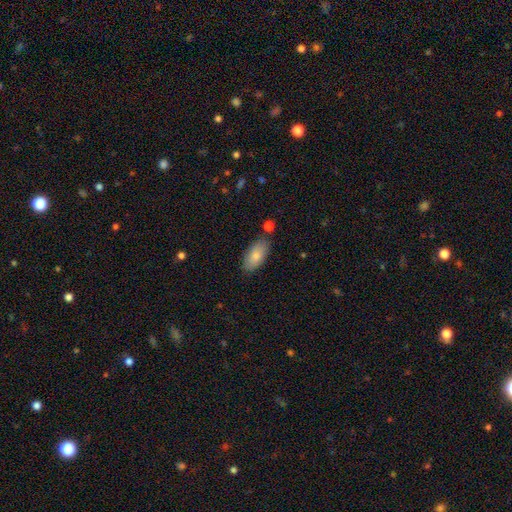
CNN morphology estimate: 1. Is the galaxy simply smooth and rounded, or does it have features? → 80% smooth, 13% featured or disk, 7% star or artifact.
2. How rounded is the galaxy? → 90% in between, 7% cigar-shaped, 3% round.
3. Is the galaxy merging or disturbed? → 83% none, 11% minor disturbance, 3% merger, 2% major disturbance.